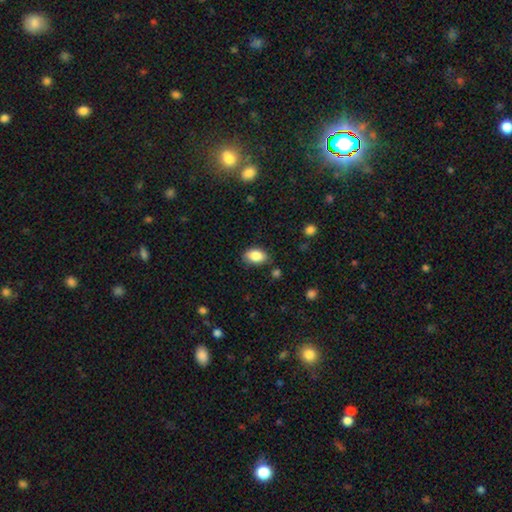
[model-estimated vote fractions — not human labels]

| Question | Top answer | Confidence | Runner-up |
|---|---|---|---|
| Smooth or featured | smooth | 86% | star or artifact (8%) |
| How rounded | in between | 90% | round (9%) |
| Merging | none | 78% | minor disturbance (16%) |